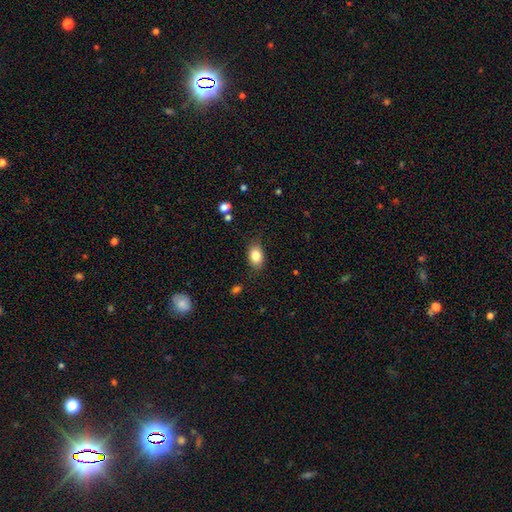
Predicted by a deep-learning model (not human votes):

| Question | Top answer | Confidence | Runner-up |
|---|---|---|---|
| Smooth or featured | smooth | 84% | star or artifact (8%) |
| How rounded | in between | 80% | round (18%) |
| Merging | none | 79% | minor disturbance (16%) |